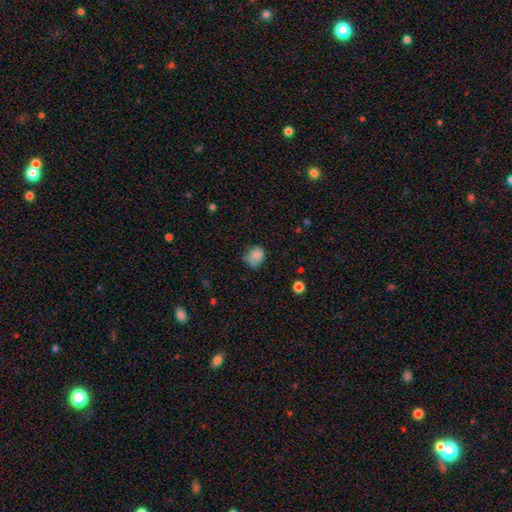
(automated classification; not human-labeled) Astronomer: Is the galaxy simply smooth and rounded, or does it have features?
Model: smooth — 84%.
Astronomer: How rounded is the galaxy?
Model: round — 71%.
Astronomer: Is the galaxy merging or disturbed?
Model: none — 58%.